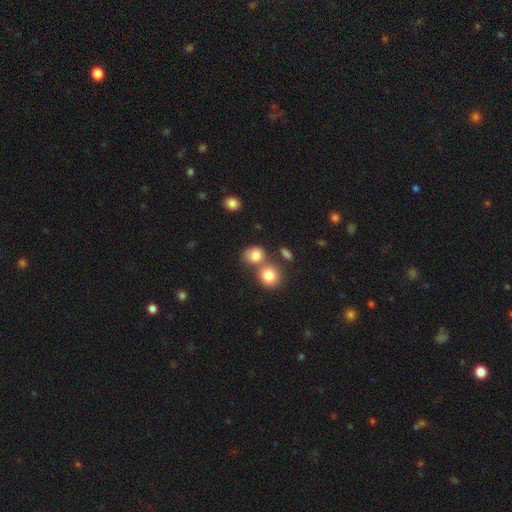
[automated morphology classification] Smooth or featured: smooth — 81% (star or artifact — 10%)
How rounded: round — 62% (in between — 37%)
Merging: none — 46% (merger — 38%)